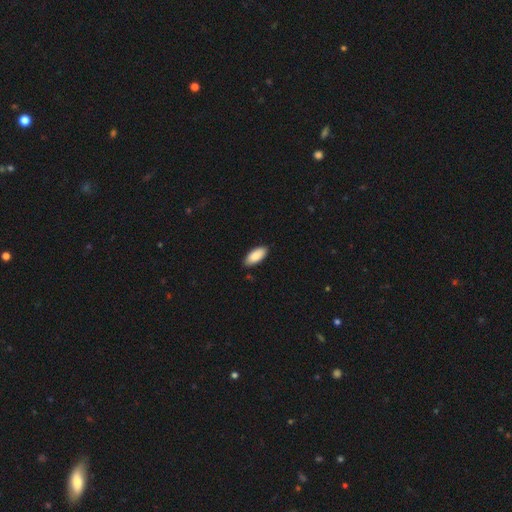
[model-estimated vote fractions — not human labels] smooth_or_featured: smooth (p=0.89) [alt: star or artifact p=0.06]
how_rounded: in between (p=0.89) [alt: cigar-shaped p=0.09]
merging: none (p=0.86) [alt: minor disturbance p=0.12]